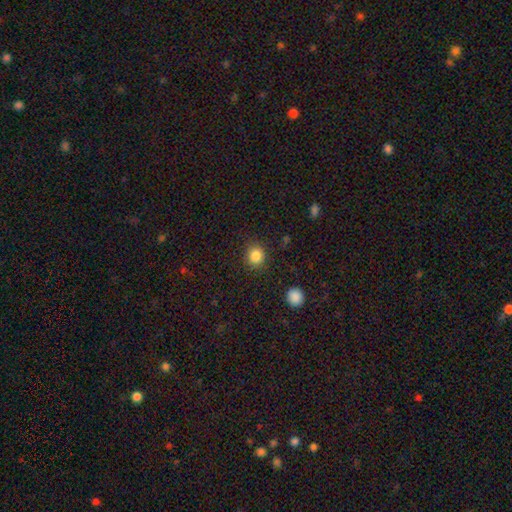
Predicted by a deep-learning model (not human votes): A smooth galaxy with no disk features (85%) that is round (85%).

Vote fractions:
- Smooth or featured? smooth: 85% / star or artifact: 11% / featured or disk: 4%
- How rounded? round: 85% / in between: 14% / cigar-shaped: 1%
- Merging? none: 88% / minor disturbance: 8% / major disturbance: 3% / merger: 1%